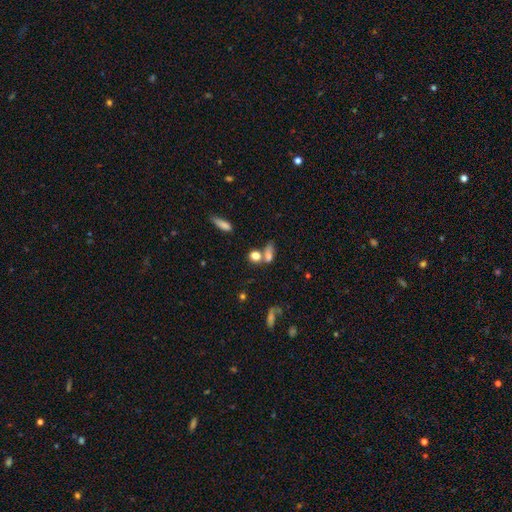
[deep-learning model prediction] Q: Smooth or featured?
A: smooth (75%); runner-up: star or artifact (13%)
Q: How rounded?
A: round (54%); runner-up: in between (39%)
Q: Merging?
A: none (42%); runner-up: merger (40%)